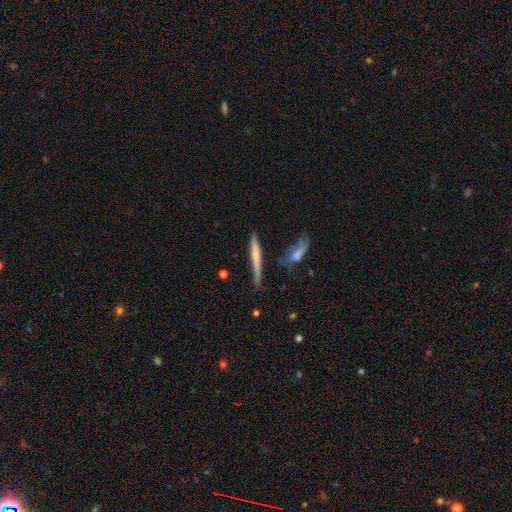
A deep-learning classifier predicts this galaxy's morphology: Smooth or featured: smooth — 57% (featured or disk — 37%)
How rounded: cigar-shaped — 93% (in between — 5%)
Merging: none — 66% (minor disturbance — 18%)